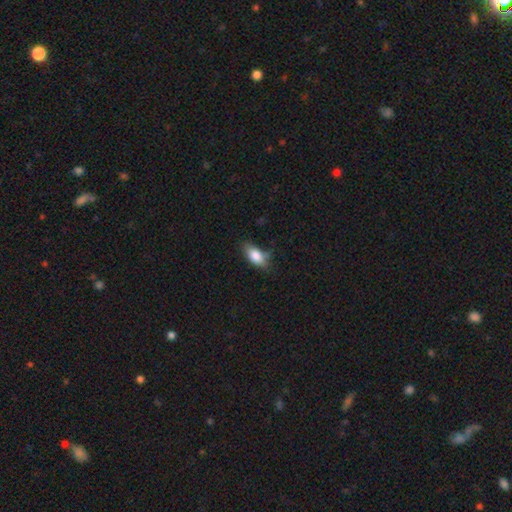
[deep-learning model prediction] Smooth or featured? smooth (82%)
How rounded? in between (87%)
Merging? none (64%)